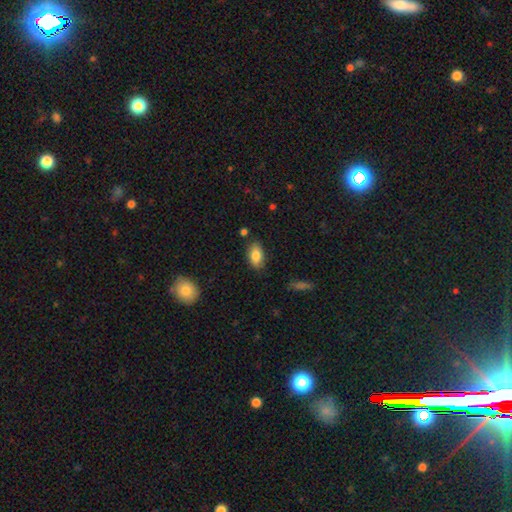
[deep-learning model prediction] The model was most divided on "merging": none: 82%, minor disturbance: 12%, merger: 3%, major disturbance: 3%. More confident: how rounded — in between (91%); smooth or featured — smooth (82%).